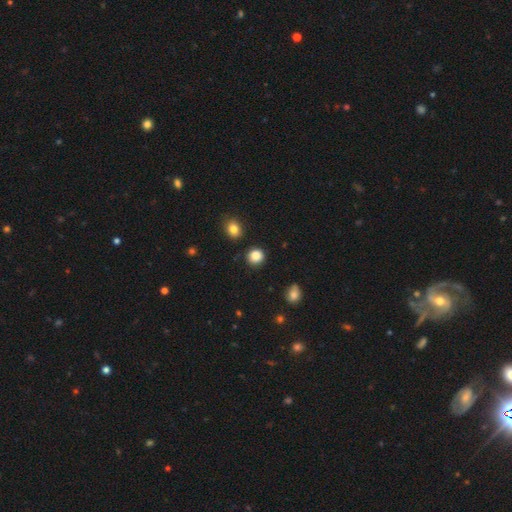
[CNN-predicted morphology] Q: Smooth or featured?
A: smooth (87%); runner-up: star or artifact (10%)
Q: How rounded?
A: round (90%); runner-up: in between (9%)
Q: Merging?
A: none (89%); runner-up: minor disturbance (7%)